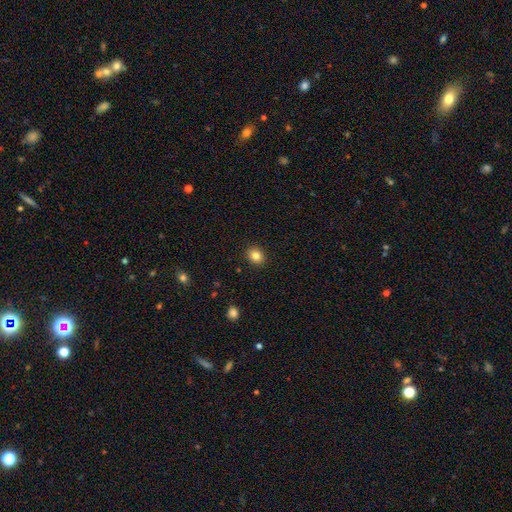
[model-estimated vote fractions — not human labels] Overall: smooth (83%). How rounded: round (69%; in between 30%). Merging: none (91%).